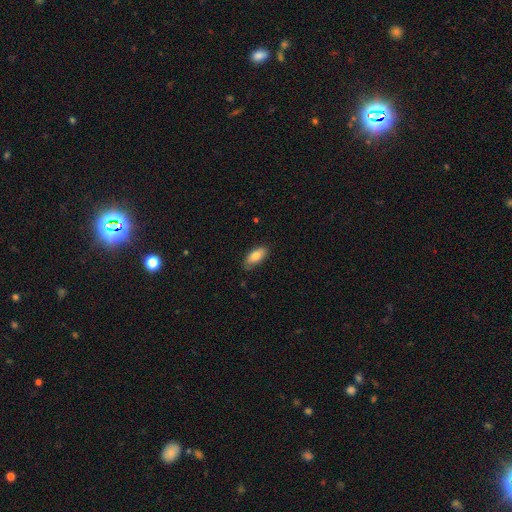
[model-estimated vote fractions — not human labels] A smooth galaxy with no disk features (79%) that is in between round and cigar-shaped (85%). Merging: none (78%).